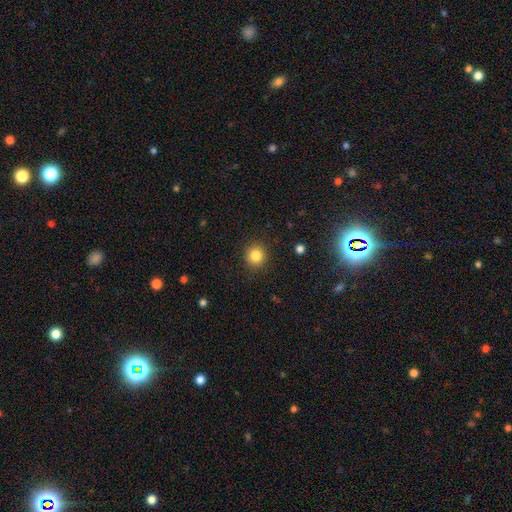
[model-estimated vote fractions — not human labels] Q: Smooth or featured?
A: smooth (84%); runner-up: star or artifact (11%)
Q: How rounded?
A: round (90%); runner-up: in between (9%)
Q: Merging?
A: none (90%); runner-up: minor disturbance (6%)